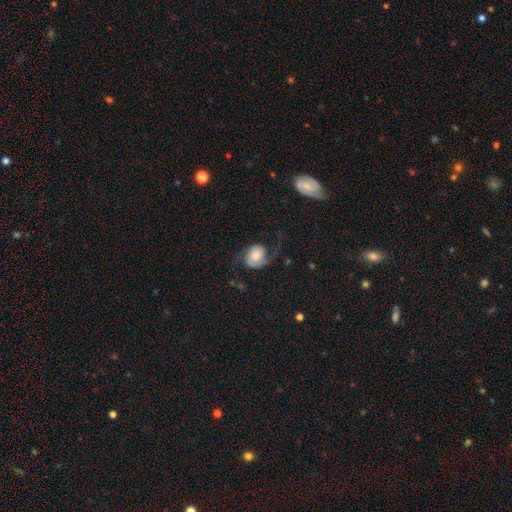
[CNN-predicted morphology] A featured or disk galaxy (70%) with no bar (72%), 2 (78%) loose (54%) spiral arms (94%) and a large central bulge (32%).

Vote fractions:
- Smooth or featured? featured or disk: 70% / smooth: 23% / star or artifact: 7%
- Edge-on disk? no: 98% / yes: 2%
- Bar? no: 72% / weak: 22% / strong: 5%
- Spiral arms? yes: 94% / no: 6%
- Spiral winding? loose: 54% / medium: 33% / tight: 13%
- Spiral arm count? 2: 78% / 1: 17% / can't tell: 3% / 3: 1% / 4: 1% / more than 4: 1%
- Bulge size? large: 32% / moderate: 25% / small: 16% / dominant: 16% / none: 10%
- Merging? none: 54% / major disturbance: 25% / minor disturbance: 19% / merger: 2%